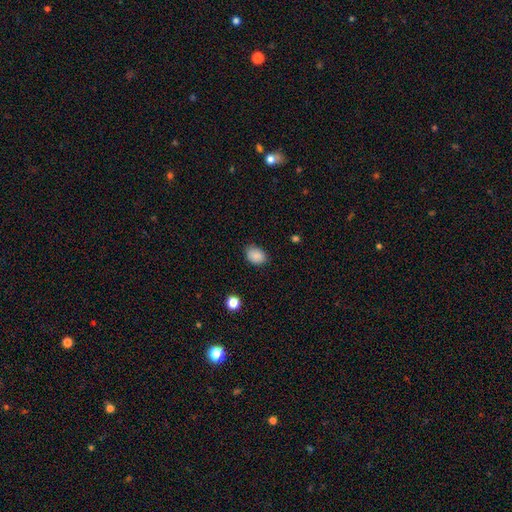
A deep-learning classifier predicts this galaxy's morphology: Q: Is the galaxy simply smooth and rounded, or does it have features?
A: smooth — 87%.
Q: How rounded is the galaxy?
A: in between — 73%.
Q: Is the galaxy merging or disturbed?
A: none — 79%.